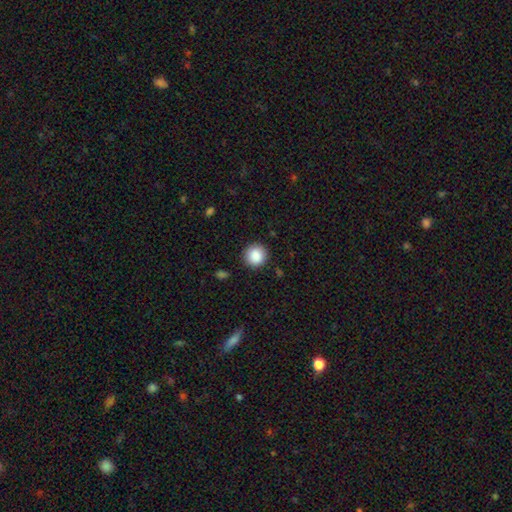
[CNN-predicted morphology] smooth_or_featured: smooth (p=0.88) [alt: star or artifact p=0.09]
how_rounded: round (p=0.94) [alt: in between p=0.05]
merging: none (p=0.90) [alt: minor disturbance p=0.07]